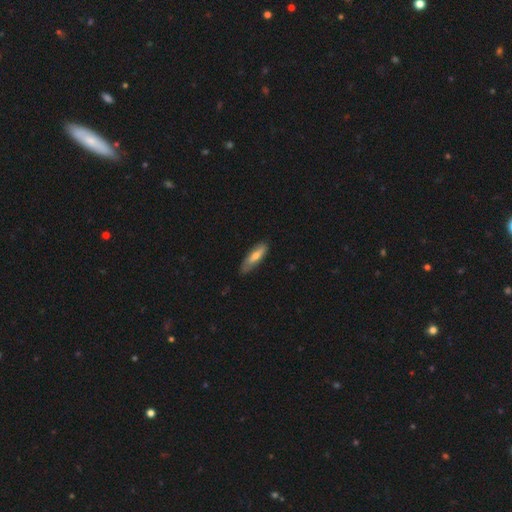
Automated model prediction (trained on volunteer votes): Smooth or featured? smooth (60%)
How rounded? cigar-shaped (57%)
Merging? none (76%)